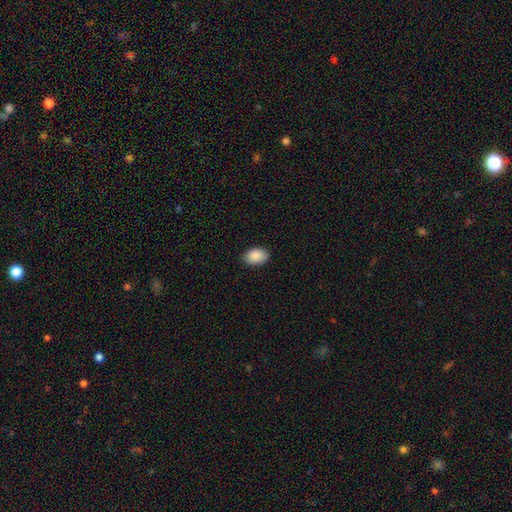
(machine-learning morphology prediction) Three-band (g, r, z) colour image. It shows a smooth galaxy with no disk features (90%) that is in between round and cigar-shaped (88%). Merging: none (88%).